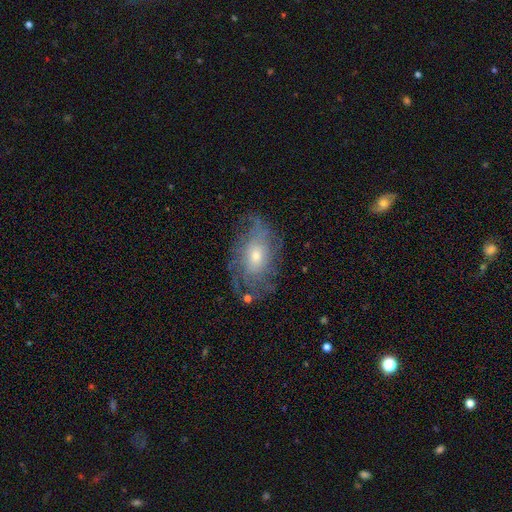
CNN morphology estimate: This appears to be a featured or disk galaxy (68%) with no bar (77%), spiral arms (77%) and a small central bulge (53%). Merging: none (65%).